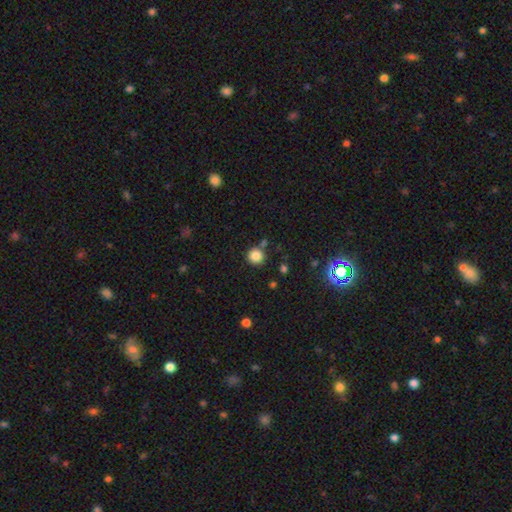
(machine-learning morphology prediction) Smooth or featured: smooth — 84% (star or artifact — 11%)
How rounded: round — 93% (in between — 6%)
Merging: none — 81% (minor disturbance — 8%)